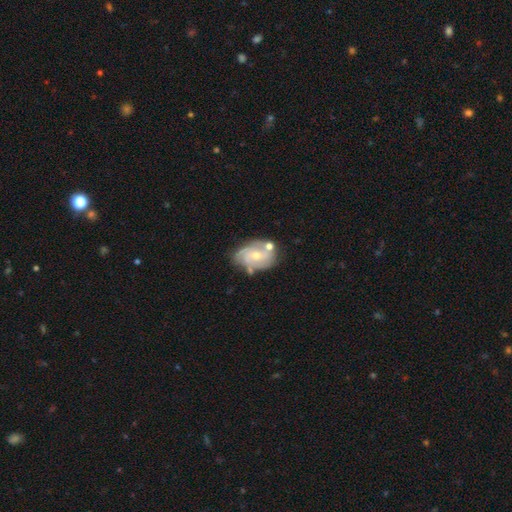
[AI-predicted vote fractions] A featured or disk galaxy (77%) with no bar (66%), 3 (32%) tight (47%) spiral arms (89%) and a small central bulge (49%). Merging: none (56%).